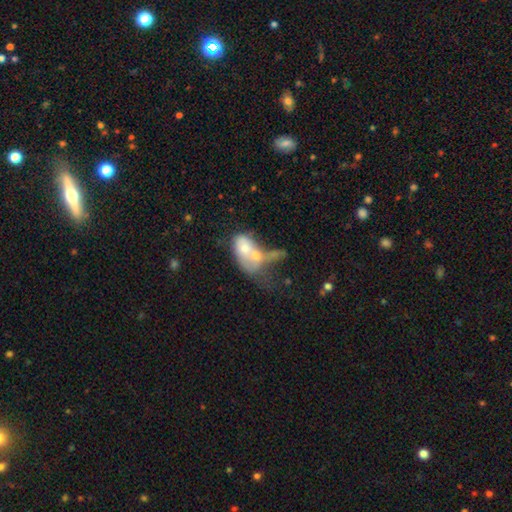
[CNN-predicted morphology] Q: Smooth or featured?
A: smooth (55%); runner-up: featured or disk (37%)
Q: How rounded?
A: in between (83%); runner-up: round (14%)
Q: Merging?
A: merger (71%); runner-up: major disturbance (15%)